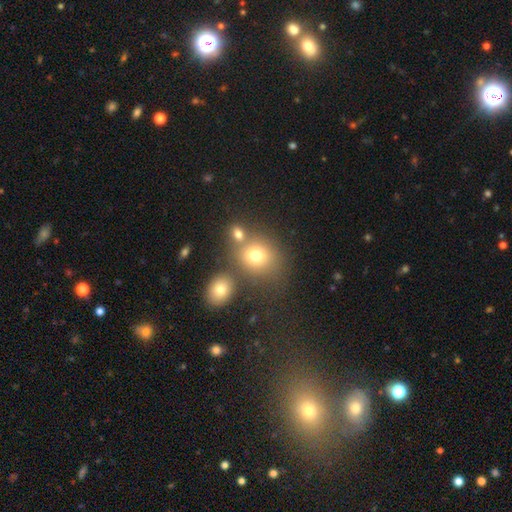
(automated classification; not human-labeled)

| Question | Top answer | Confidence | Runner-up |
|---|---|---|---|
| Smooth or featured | smooth | 74% | star or artifact (15%) |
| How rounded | round | 69% | in between (30%) |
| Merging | none | 58% | merger (24%) |